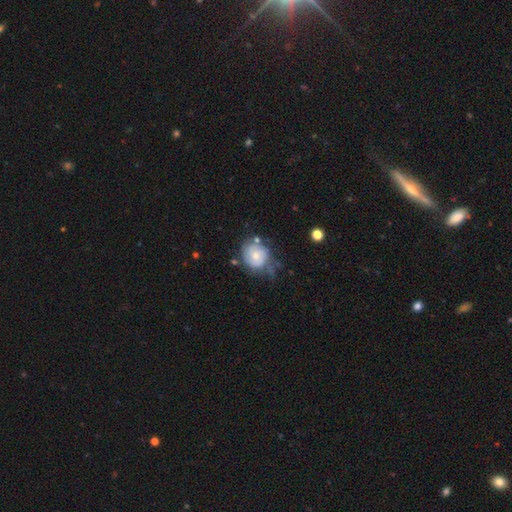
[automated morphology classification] Smooth or featured? featured or disk (55%)
Edge-on disk? no (97%)
Bar? no (82%)
Spiral arms? yes (69%)
Bulge size? moderate (52%)
Merging? none (47%)